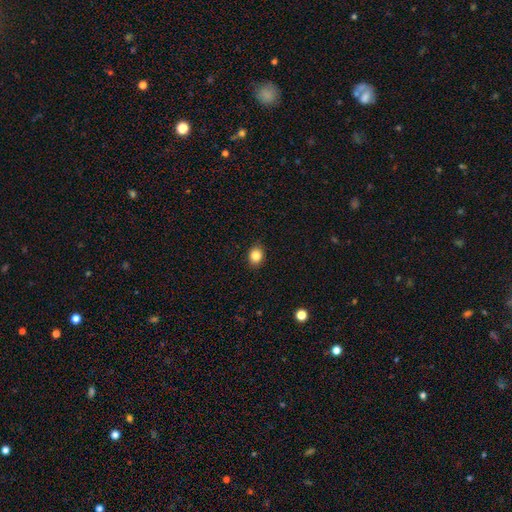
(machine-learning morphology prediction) Smooth or featured? smooth (86%)
How rounded? round (58%)
Merging? none (89%)